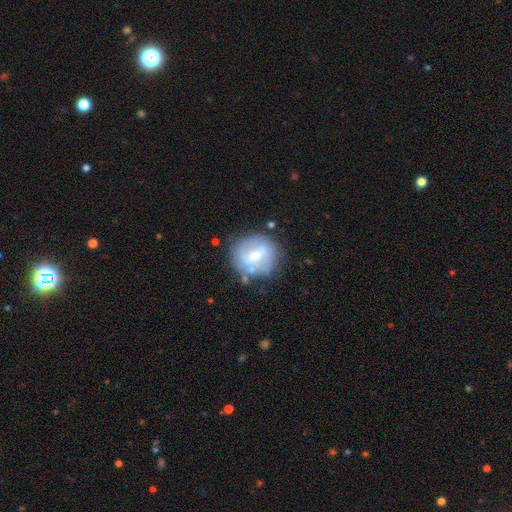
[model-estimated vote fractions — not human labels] smooth-or-featured: featured or disk: 49% | smooth: 43% | star or artifact: 8%
  merging: none: 65% | minor disturbance: 19% | major disturbance: 9% | merger: 6%